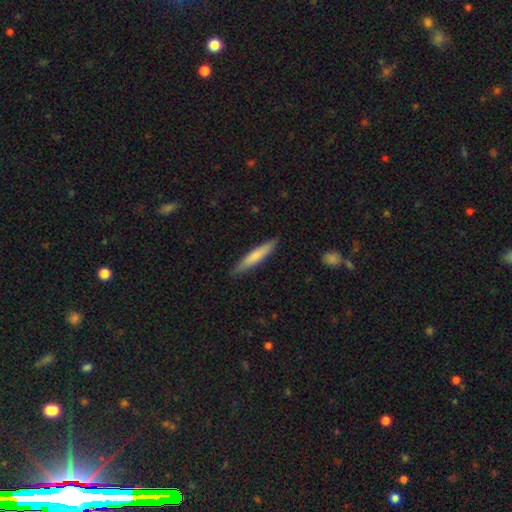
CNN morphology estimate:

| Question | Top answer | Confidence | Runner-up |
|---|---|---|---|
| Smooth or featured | smooth | 71% | featured or disk (24%) |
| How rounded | cigar-shaped | 92% | in between (6%) |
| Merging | none | 89% | minor disturbance (8%) |